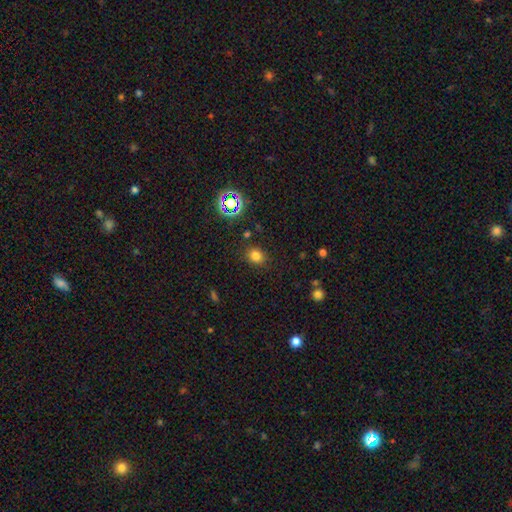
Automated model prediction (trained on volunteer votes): Morphology: type=smooth (75%); roundness=round (57%); merging=none (85%).